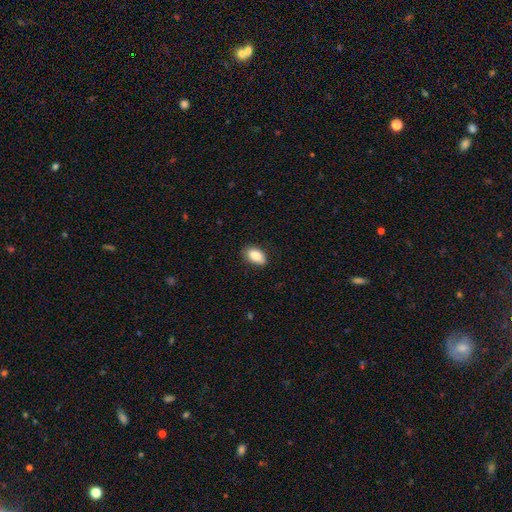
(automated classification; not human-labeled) This appears to be a smooth galaxy with no disk features (86%) that is in between round and cigar-shaped (90%). Merging: none (79%).